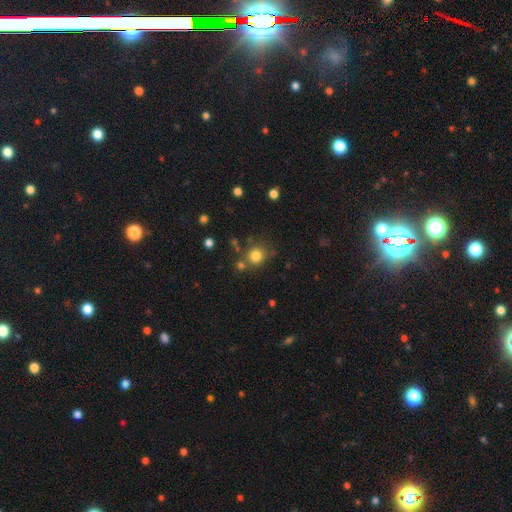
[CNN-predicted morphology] Smooth or featured? Predicted: smooth (p=0.80). How rounded? Predicted: round (p=0.83). Merging? Predicted: none (p=0.72).